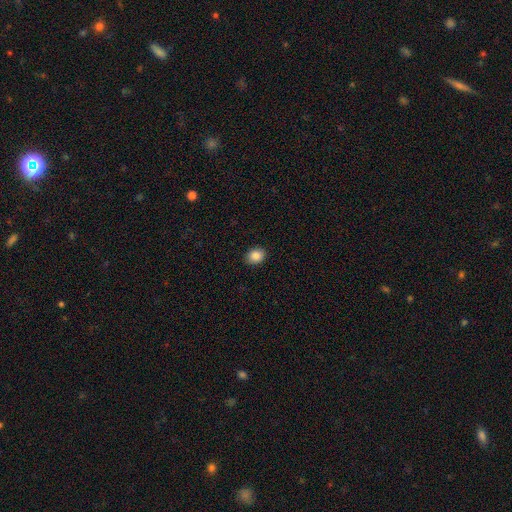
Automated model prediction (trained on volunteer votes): This appears to be a smooth galaxy with no disk features (87%) that is in between round and cigar-shaped (58%). Merging: none (90%).